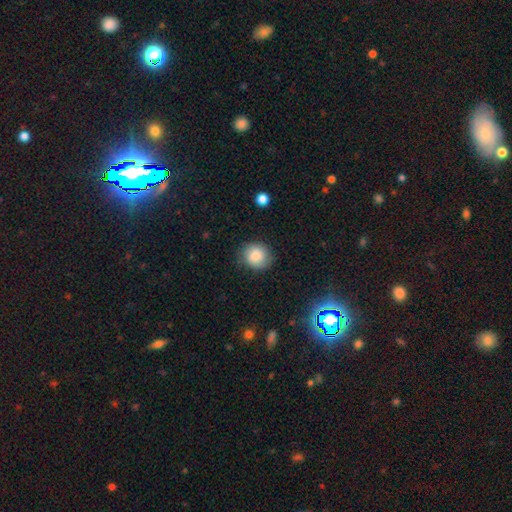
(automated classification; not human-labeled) Morphology: type=smooth (83%); roundness=round (81%); merging=none (82%).